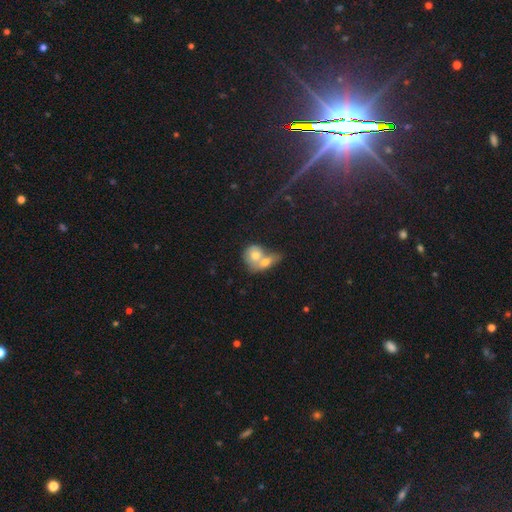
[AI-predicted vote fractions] smooth 64%, featured or disk 28%, star or artifact 8%. Down the decision tree: how rounded — round (61%); merging — merger (72%).